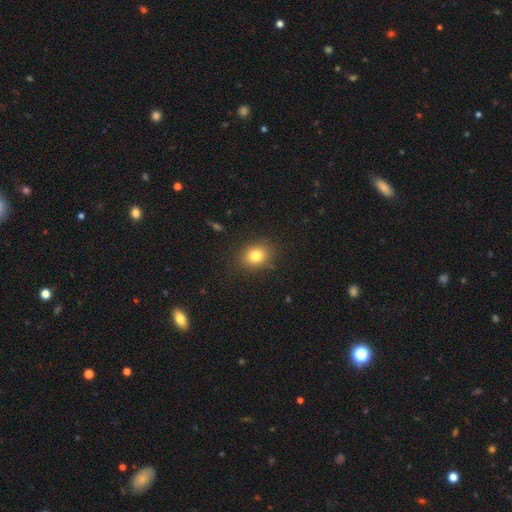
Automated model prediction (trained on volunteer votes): Morphology: type=smooth (81%); roundness=round (58%); merging=none (86%).